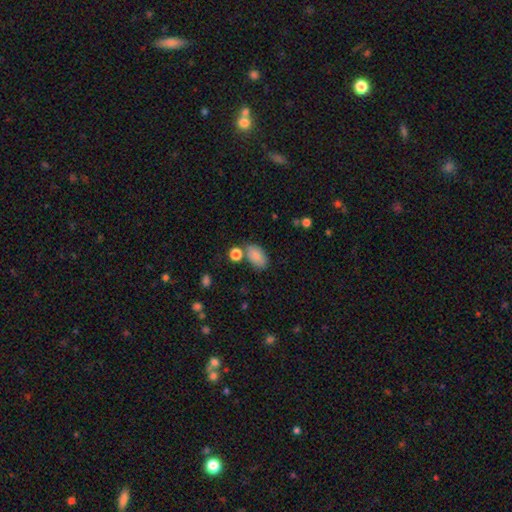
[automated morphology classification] The model was most divided on "merging": none: 69%, minor disturbance: 15%, merger: 12%, major disturbance: 4%. More confident: how rounded — in between (91%); smooth or featured — smooth (86%).